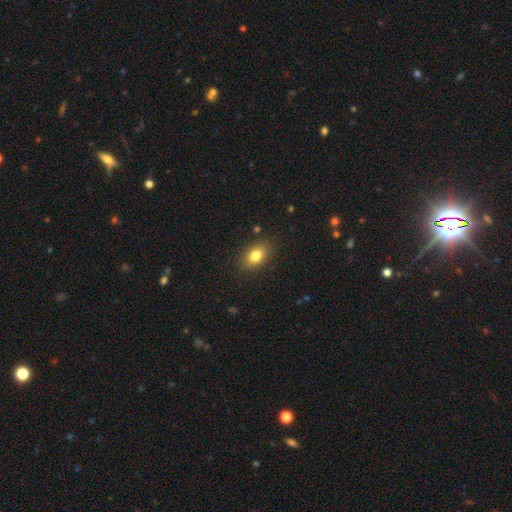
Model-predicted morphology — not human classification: Overall: smooth (81%). How rounded: in between (80%). Merging: none (86%).